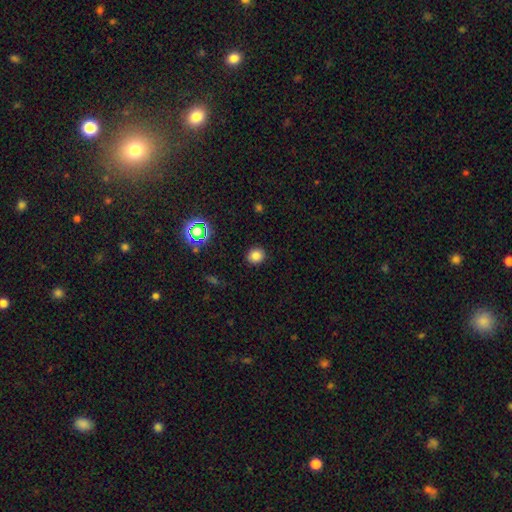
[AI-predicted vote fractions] smooth_or_featured: smooth (p=0.80) [alt: star or artifact p=0.14]
how_rounded: round (p=0.80) [alt: in between p=0.19]
merging: none (p=0.90) [alt: minor disturbance p=0.06]